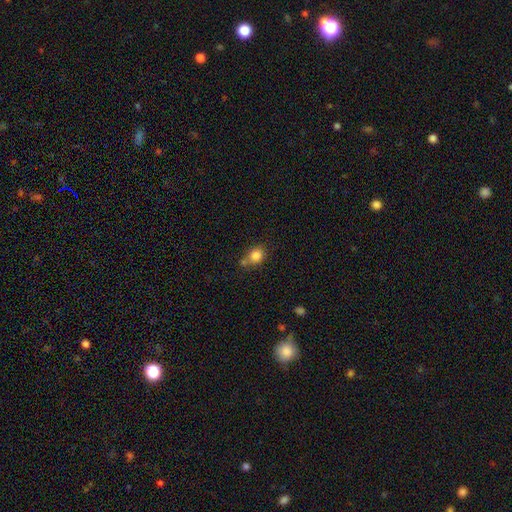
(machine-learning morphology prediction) Q: Smooth or featured?
A: smooth (83%); runner-up: star or artifact (10%)
Q: How rounded?
A: round (69%); runner-up: in between (30%)
Q: Merging?
A: none (56%); runner-up: merger (23%)